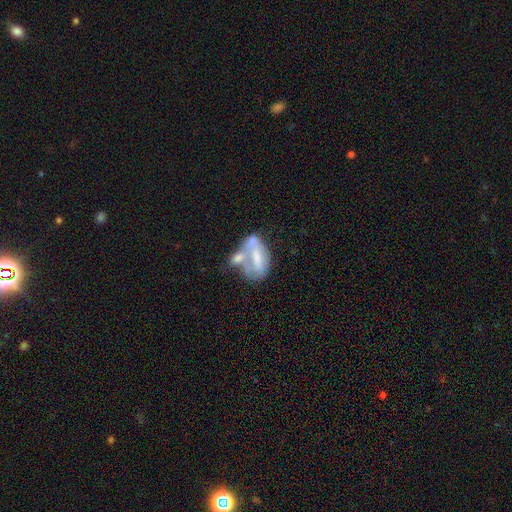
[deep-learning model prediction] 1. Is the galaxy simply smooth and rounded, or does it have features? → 54% featured or disk, 37% smooth, 9% star or artifact.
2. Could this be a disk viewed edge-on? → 94% no, 6% yes.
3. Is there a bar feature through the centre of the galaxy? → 47% no, 27% strong, 26% weak.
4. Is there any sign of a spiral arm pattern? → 80% no, 20% yes.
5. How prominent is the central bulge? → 34% none, 32% moderate, 25% small, 7% large, 2% dominant.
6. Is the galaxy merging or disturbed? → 50% merger, 19% major disturbance, 18% none, 14% minor disturbance.